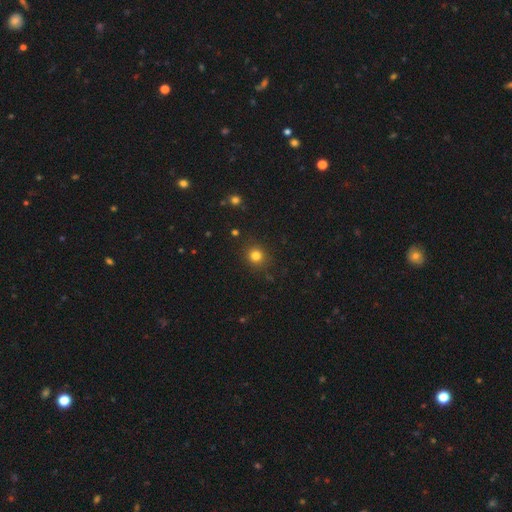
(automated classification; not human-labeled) A smooth galaxy with no disk features (81%) that is round (89%). Merging: none (88%).